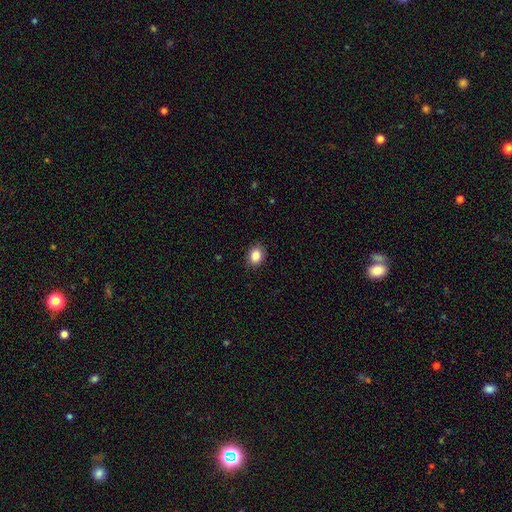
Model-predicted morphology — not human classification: Q: Smooth or featured?
A: smooth (86%); runner-up: star or artifact (9%)
Q: How rounded?
A: in between (52%); runner-up: round (47%)
Q: Merging?
A: none (87%); runner-up: minor disturbance (10%)